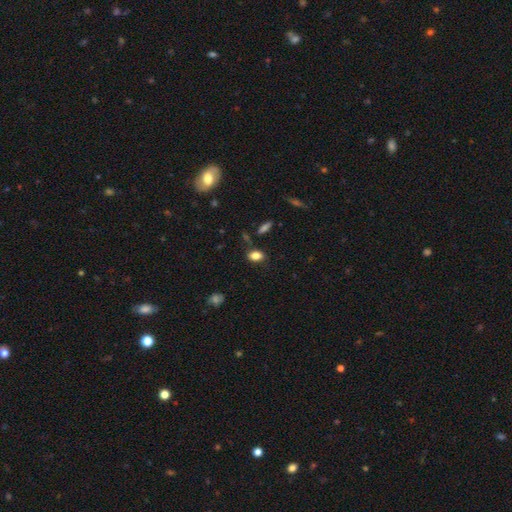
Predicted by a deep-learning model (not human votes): Smooth or featured: smooth — 82% (star or artifact — 10%)
How rounded: in between — 84% (round — 13%)
Merging: none — 76% (minor disturbance — 15%)